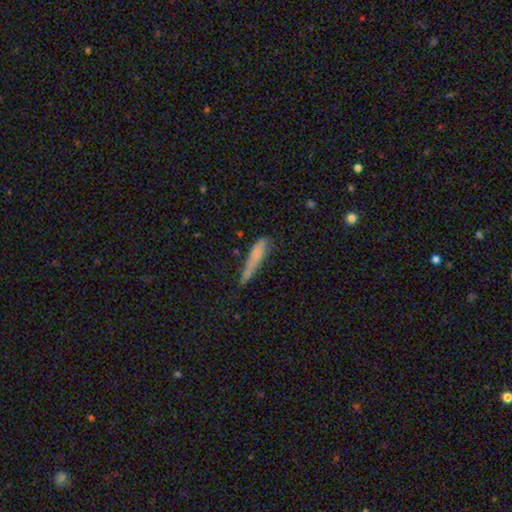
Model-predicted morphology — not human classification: smooth-or-featured: smooth: 68% | featured or disk: 23% | star or artifact: 8%
  how-rounded: cigar-shaped: 88% | in between: 10% | round: 2%
  merging: none: 50% | minor disturbance: 31% | major disturbance: 13% | merger: 7%